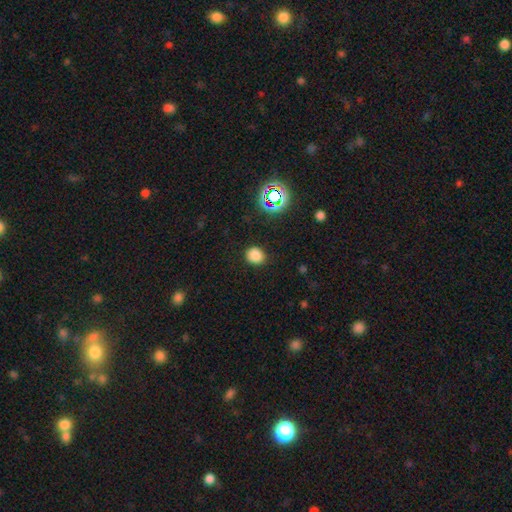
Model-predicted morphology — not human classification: This appears to be a smooth galaxy with no disk features (79%) that is round (81%). Merging: none (87%).